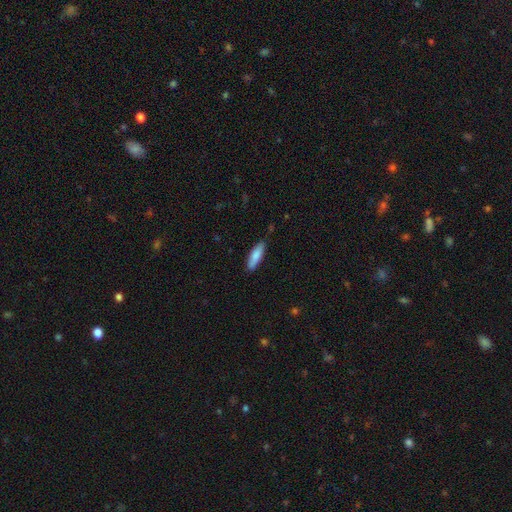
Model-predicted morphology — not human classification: This is clearly a smooth galaxy (82%). How rounded: possibly cigar-shaped (58%). Merging: likely none (79%).